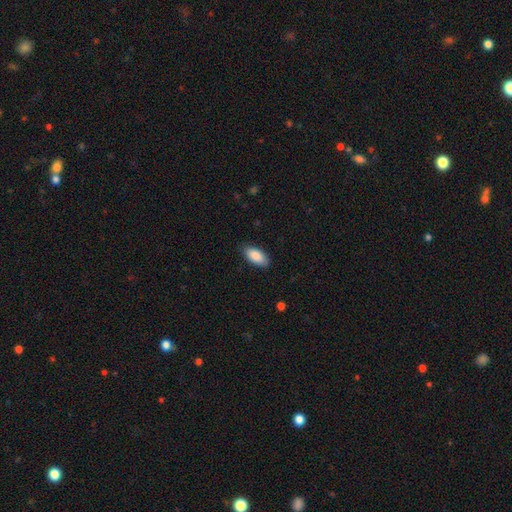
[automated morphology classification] A smooth galaxy with no disk features (88%) that is in between round and cigar-shaped (92%). Merging: none (83%).